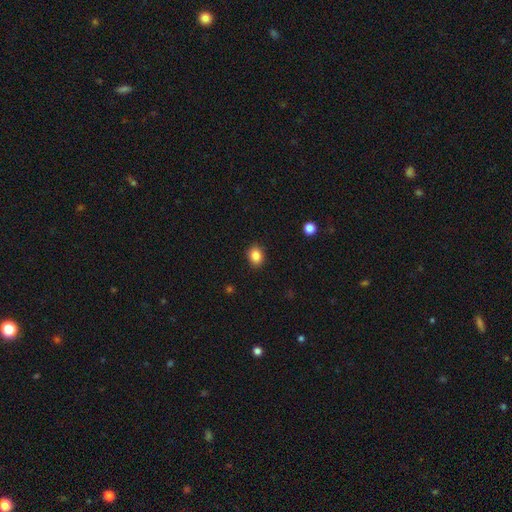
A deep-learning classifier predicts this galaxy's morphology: The model was most divided on "how rounded": round: 55%, in between: 44%, cigar-shaped: 1%. More confident: merging — none (90%); smooth or featured — smooth (85%).